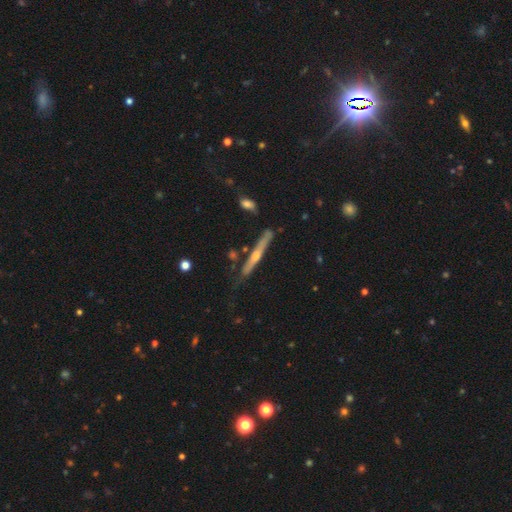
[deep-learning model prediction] smooth_or_featured: featured or disk (p=0.66) [alt: smooth p=0.28]
disk_edge_on: yes (p=0.96) [alt: no p=0.04]
edge_on_bulge: rounded (p=0.71) [alt: none p=0.25]
merging: none (p=0.75) [alt: minor disturbance p=0.17]